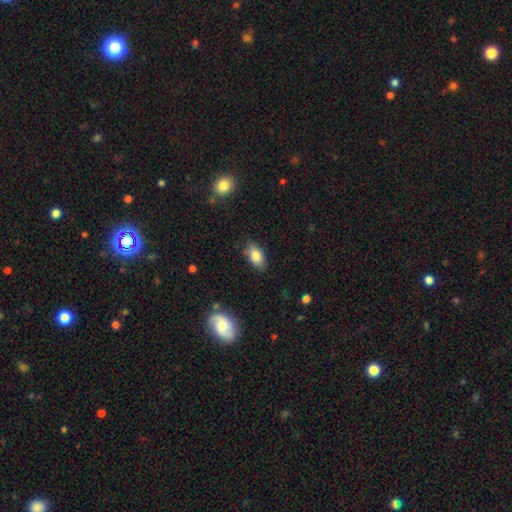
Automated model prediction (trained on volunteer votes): Morphology: type=smooth (82%); roundness=in between (90%); merging=none (79%).